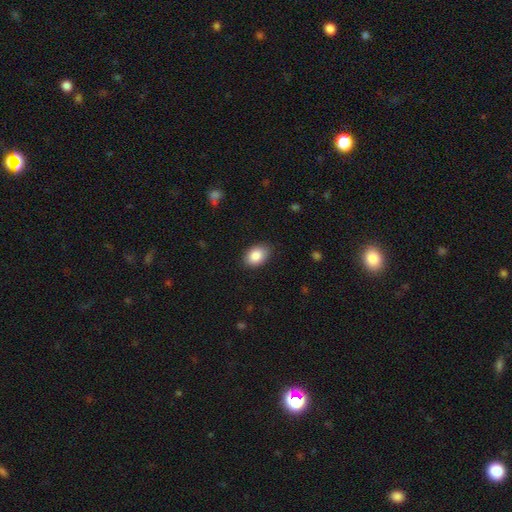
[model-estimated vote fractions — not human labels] This is clearly a smooth galaxy (88%). How rounded: clearly in between (82%). Merging: clearly none (85%).